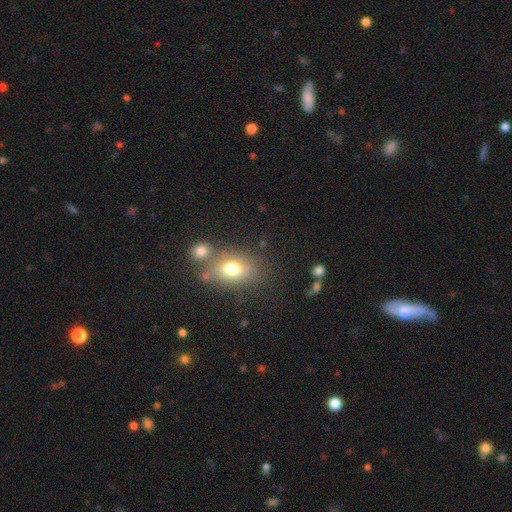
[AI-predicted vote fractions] The model was most divided on "how rounded": in between: 63%, round: 34%, cigar-shaped: 3%. More confident: merging — none (64%); smooth or featured — smooth (64%).